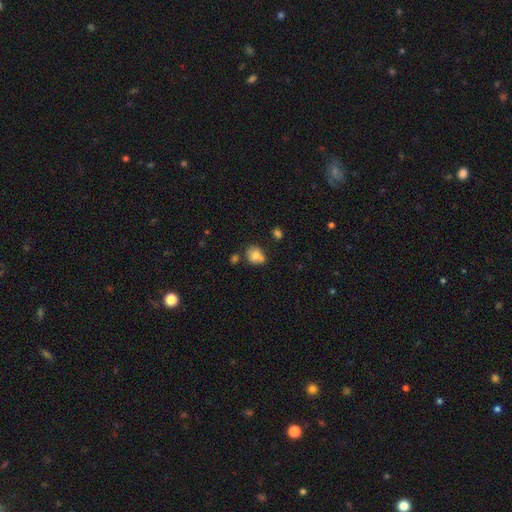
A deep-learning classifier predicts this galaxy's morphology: A smooth galaxy with no disk features (75%) that is round (66%). Merging: none (51%).